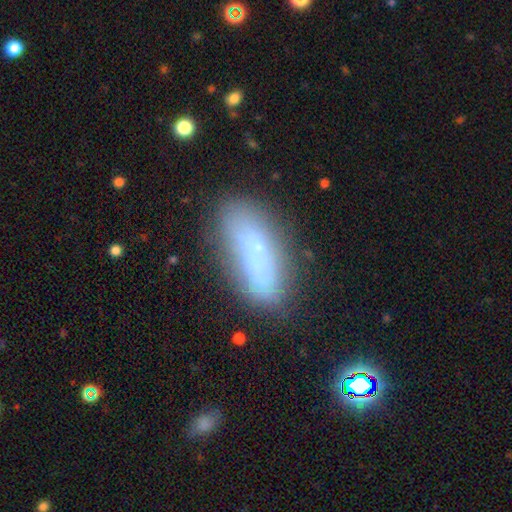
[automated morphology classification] smooth_or_featured: smooth (p=0.54) [alt: featured or disk p=0.33]
how_rounded: in between (p=0.70) [alt: cigar-shaped p=0.25]
merging: none (p=0.60) [alt: minor disturbance p=0.21]